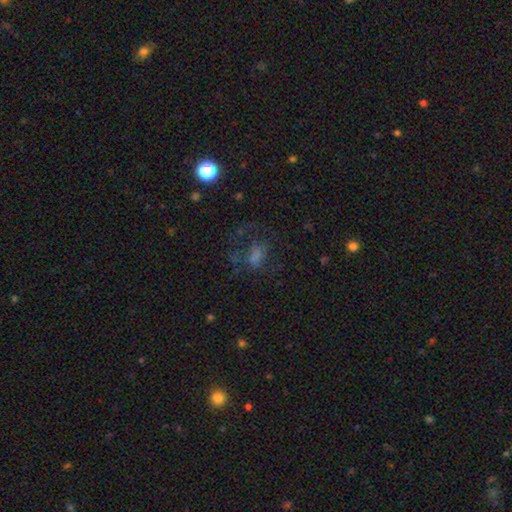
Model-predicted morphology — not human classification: smooth-or-featured: smooth: 50% | featured or disk: 27% | star or artifact: 23%
  merging: major disturbance: 41% | none: 37% | minor disturbance: 18% | merger: 4%